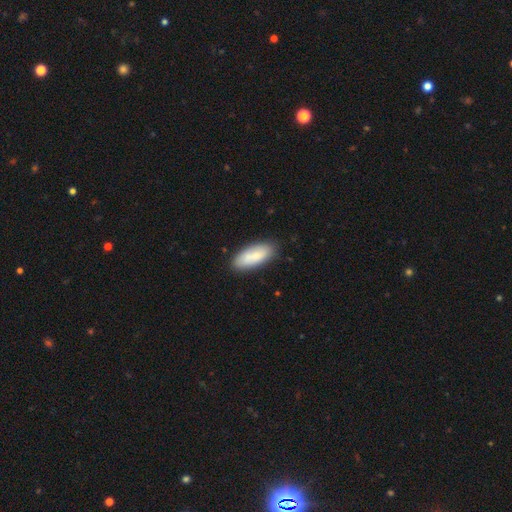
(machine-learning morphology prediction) smooth-or-featured: smooth: 83% | featured or disk: 12% | star or artifact: 6%
  how-rounded: in between: 78% | cigar-shaped: 20% | round: 2%
  merging: none: 84% | minor disturbance: 12% | major disturbance: 2% | merger: 2%